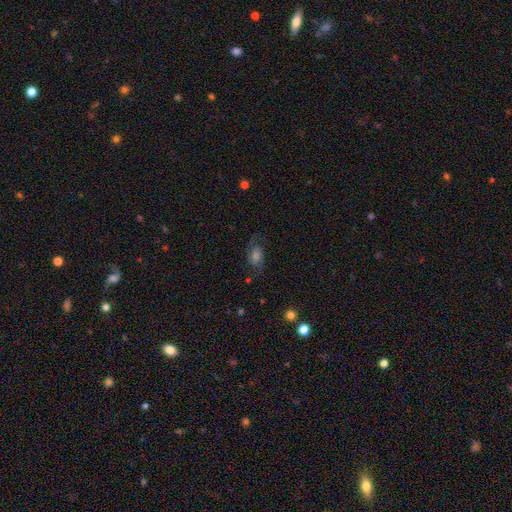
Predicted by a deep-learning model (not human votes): A featured or disk galaxy (66%) with no bar (57%), 2 (86%) medium (51%) spiral arms (92%) and a moderate central bulge (41%).

Vote fractions:
- Smooth or featured? featured or disk: 66% / smooth: 19% / star or artifact: 15%
- Edge-on disk? no: 96% / yes: 4%
- Bar? no: 57% / weak: 35% / strong: 7%
- Spiral arms? yes: 92% / no: 8%
- Spiral winding? medium: 51% / loose: 28% / tight: 21%
- Spiral arm count? 2: 86% / can't tell: 7% / 1: 3% / 3: 2% / 4: 1% / more than 4: 1%
- Bulge size? moderate: 41% / small: 31% / large: 15% / none: 10% / dominant: 3%
- Merging? none: 75% / minor disturbance: 15% / major disturbance: 9% / merger: 2%